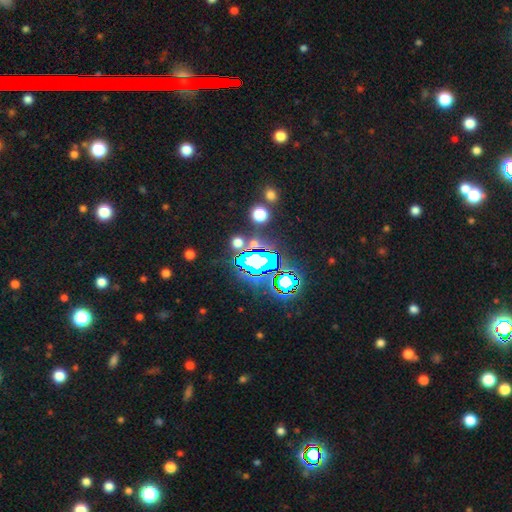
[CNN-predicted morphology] smooth_or_featured: star or artifact (p=0.69) [alt: smooth p=0.17]